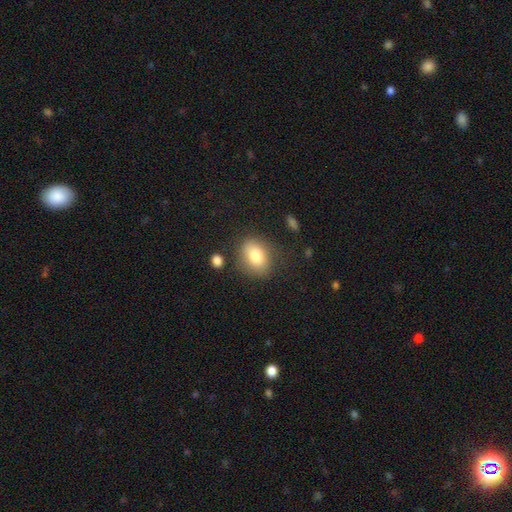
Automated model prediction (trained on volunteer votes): smooth-or-featured: smooth: 80% | featured or disk: 11% | star or artifact: 9%
  how-rounded: in between: 57% | round: 41% | cigar-shaped: 1%
  merging: none: 77% | minor disturbance: 14% | major disturbance: 5% | merger: 4%